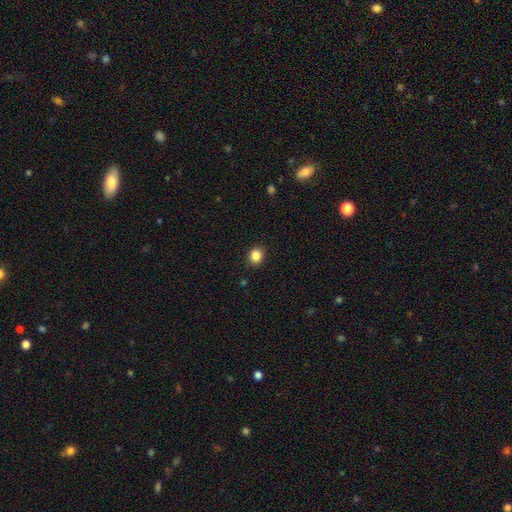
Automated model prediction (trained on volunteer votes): This is clearly a smooth galaxy (86%). How rounded: likely round (70%). Merging: clearly none (91%).